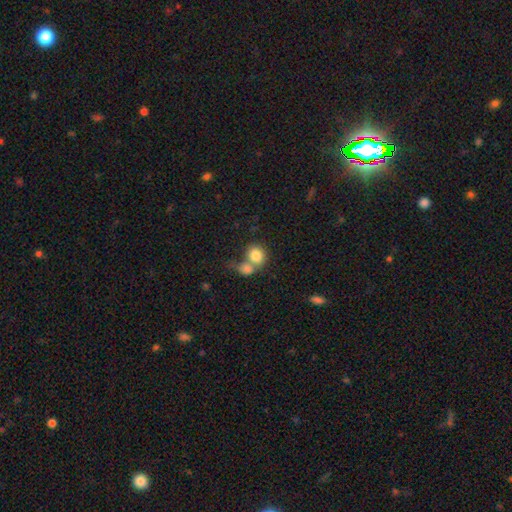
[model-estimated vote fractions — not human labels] Smooth or featured? Predicted: smooth (p=0.81). How rounded? Predicted: round (p=0.61). Merging? Predicted: merger (p=0.59).